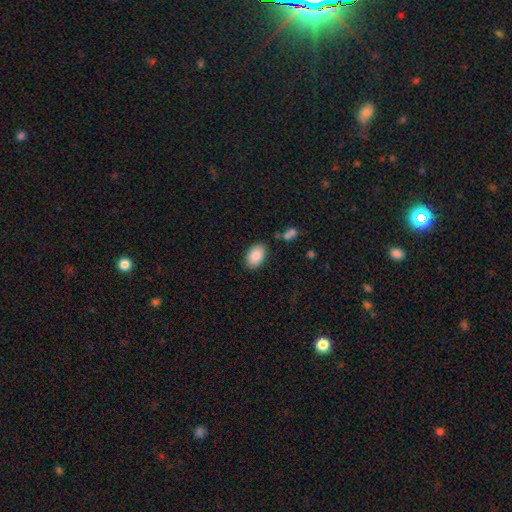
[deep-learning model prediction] This appears to be a smooth galaxy with no disk features (88%) that is in between round and cigar-shaped (91%). Merging: none (84%).